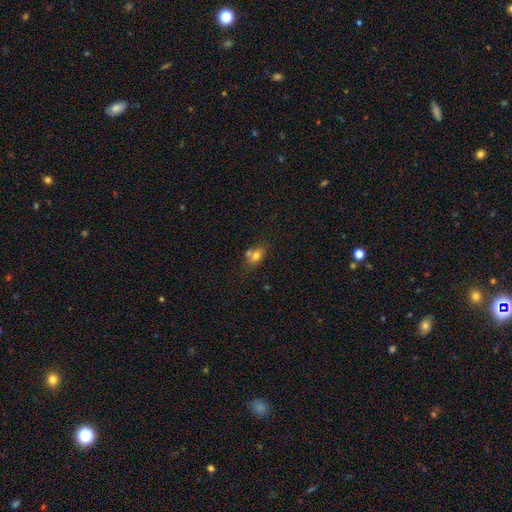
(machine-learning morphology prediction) This is likely a smooth galaxy (72%). How rounded: likely in between (68%). Merging: possibly none (49%).